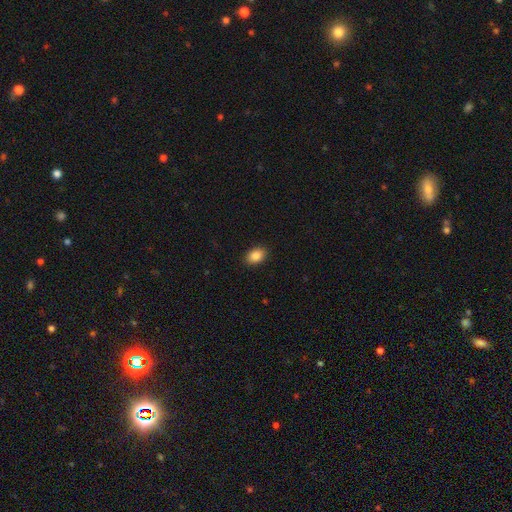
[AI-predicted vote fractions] smooth-or-featured: smooth: 88% | star or artifact: 8% | featured or disk: 4%
  how-rounded: in between: 81% | round: 18% | cigar-shaped: 1%
  merging: none: 90% | minor disturbance: 7% | major disturbance: 2% | merger: 1%